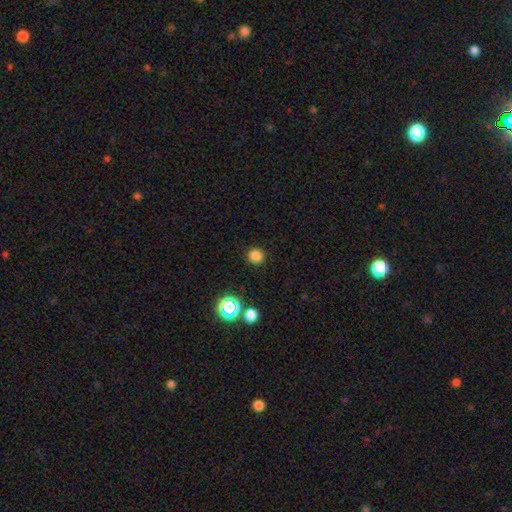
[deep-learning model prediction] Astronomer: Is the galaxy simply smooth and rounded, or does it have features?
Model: smooth — 81%.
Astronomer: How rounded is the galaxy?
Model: round — 90%.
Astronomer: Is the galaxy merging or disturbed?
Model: none — 91%.